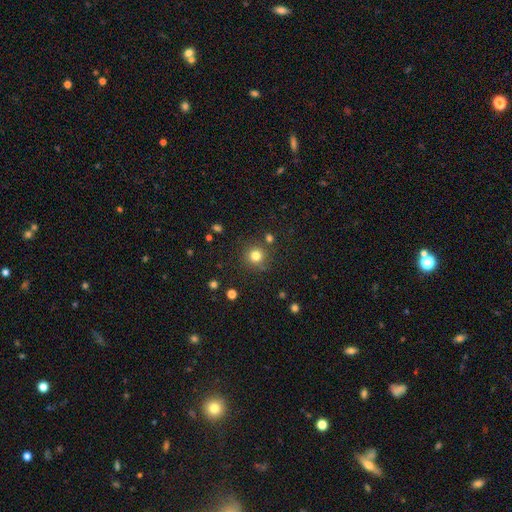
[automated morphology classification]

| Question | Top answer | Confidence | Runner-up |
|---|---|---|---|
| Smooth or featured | smooth | 79% | star or artifact (15%) |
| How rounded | round | 94% | in between (5%) |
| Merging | none | 84% | minor disturbance (8%) |